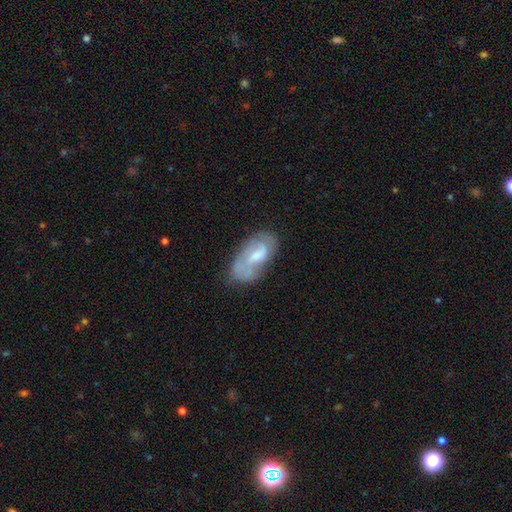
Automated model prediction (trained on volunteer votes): Morphology: type=featured or disk (56%); edge-on=no (93%); bar=weak (46%); spiral arms=yes (67%); bulge=moderate (48%); merging=none (56%).